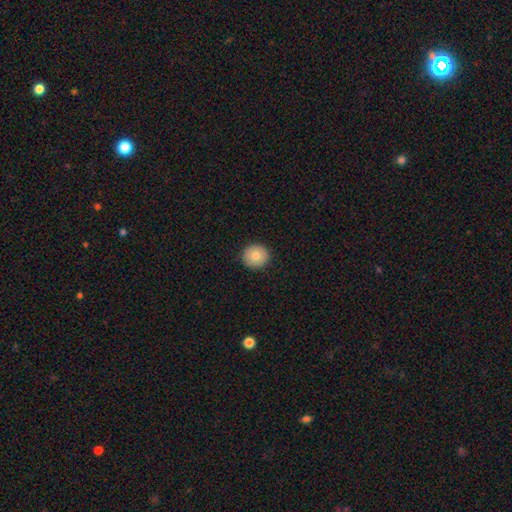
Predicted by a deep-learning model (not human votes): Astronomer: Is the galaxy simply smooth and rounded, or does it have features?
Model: smooth — 79%.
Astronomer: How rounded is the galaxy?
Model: round — 92%.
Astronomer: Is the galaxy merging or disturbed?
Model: none — 92%.